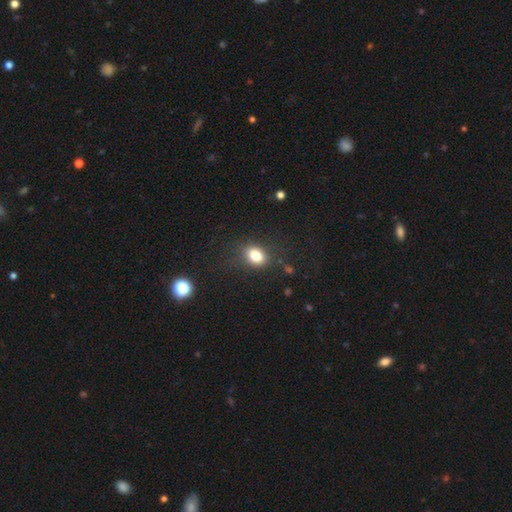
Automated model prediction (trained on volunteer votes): smooth_or_featured: smooth (p=0.81) [alt: star or artifact p=0.11]
how_rounded: in between (p=0.64) [alt: round p=0.35]
merging: none (p=0.77) [alt: minor disturbance p=0.15]